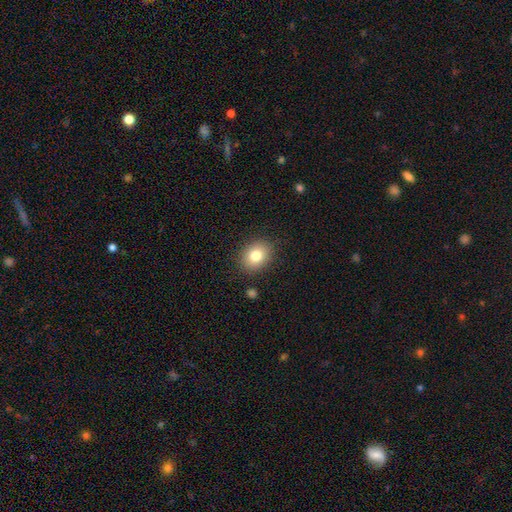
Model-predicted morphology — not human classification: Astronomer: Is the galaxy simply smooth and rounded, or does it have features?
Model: smooth — 81%.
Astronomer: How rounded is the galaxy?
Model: in between — 52% (runner-up: round, 47%).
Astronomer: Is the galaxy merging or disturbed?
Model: none — 87%.